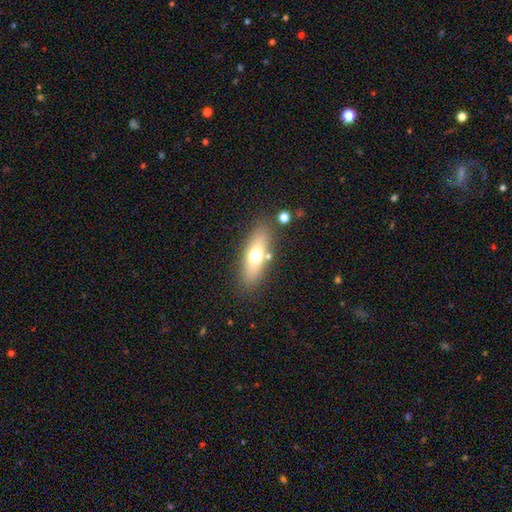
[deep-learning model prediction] The model was most divided on "how rounded": in between: 57%, cigar-shaped: 39%, round: 4%. More confident: merging — none (81%); smooth or featured — smooth (62%).